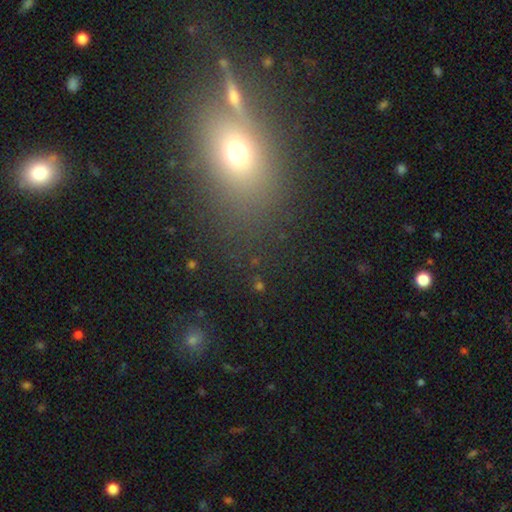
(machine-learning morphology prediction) Q: Smooth or featured?
A: smooth (56%); runner-up: star or artifact (30%)
Q: How rounded?
A: in between (52%); runner-up: round (44%)
Q: Merging?
A: none (72%); runner-up: minor disturbance (13%)